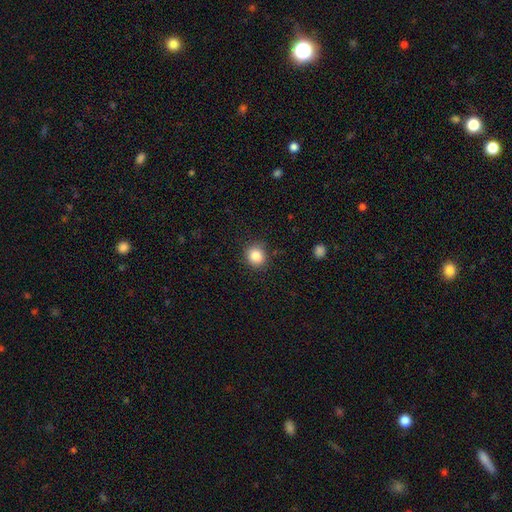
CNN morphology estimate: Q: Smooth or featured?
A: smooth (86%); runner-up: star or artifact (10%)
Q: How rounded?
A: round (81%); runner-up: in between (18%)
Q: Merging?
A: none (86%); runner-up: minor disturbance (10%)